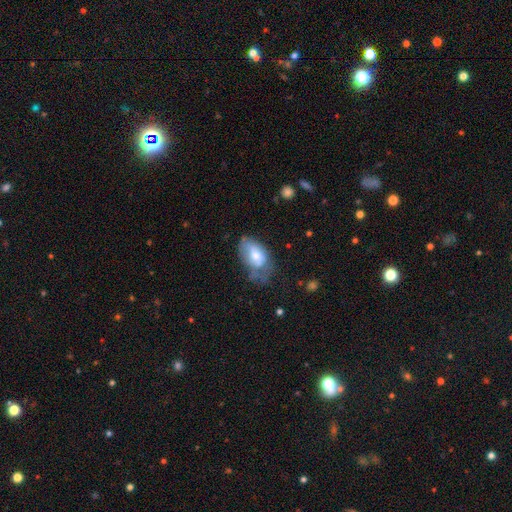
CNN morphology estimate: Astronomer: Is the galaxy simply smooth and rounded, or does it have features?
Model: smooth — 59%.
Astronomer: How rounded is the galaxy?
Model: in between — 91%.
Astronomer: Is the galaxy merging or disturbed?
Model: minor disturbance — 37% (runner-up: none, 34%).